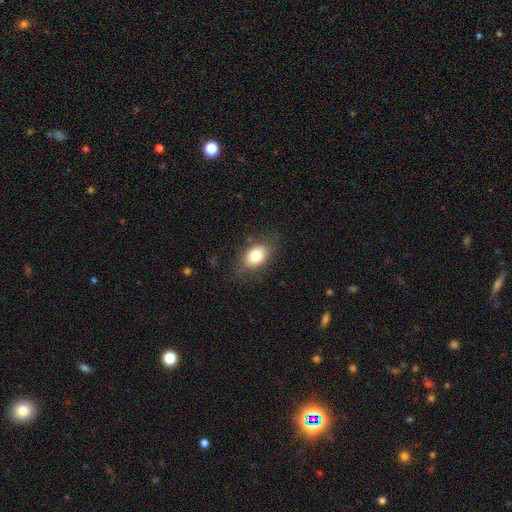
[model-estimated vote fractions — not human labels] Smooth or featured? smooth (78%)
How rounded? in between (80%)
Merging? none (78%)